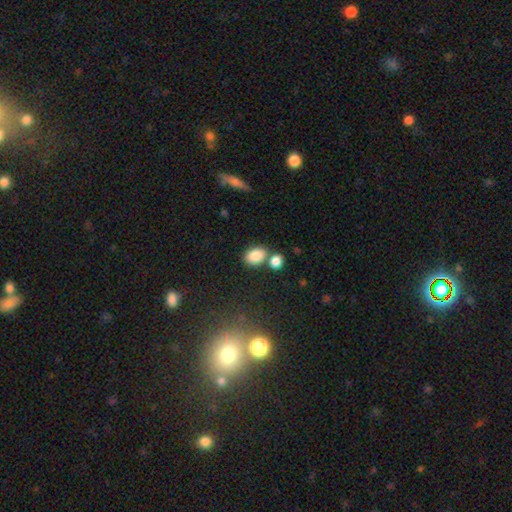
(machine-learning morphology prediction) Smooth or featured?
  - smooth: 85% *
  - star or artifact: 9%
  - featured or disk: 6%
How rounded?
  - in between: 78% *
  - round: 21%
  - cigar-shaped: 1%
Merging?
  - none: 61% *
  - merger: 25%
  - minor disturbance: 11%
  - major disturbance: 3%